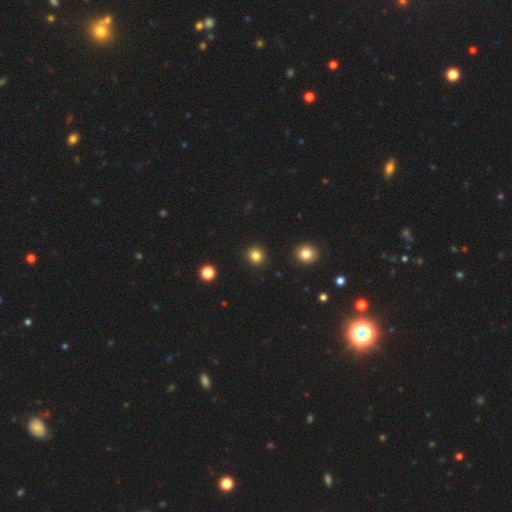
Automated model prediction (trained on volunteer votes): Overall: smooth (84%). How rounded: round (89%). Merging: none (92%).